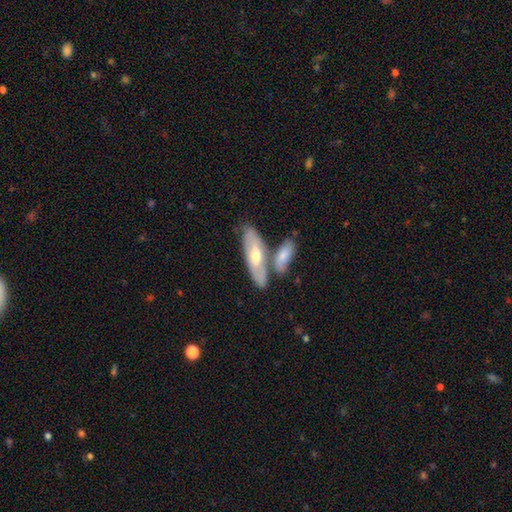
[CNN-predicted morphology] Smooth or featured? Predicted: featured or disk (p=0.53). Edge-on disk? Predicted: no (p=0.63). Merging? Predicted: none (p=0.57).